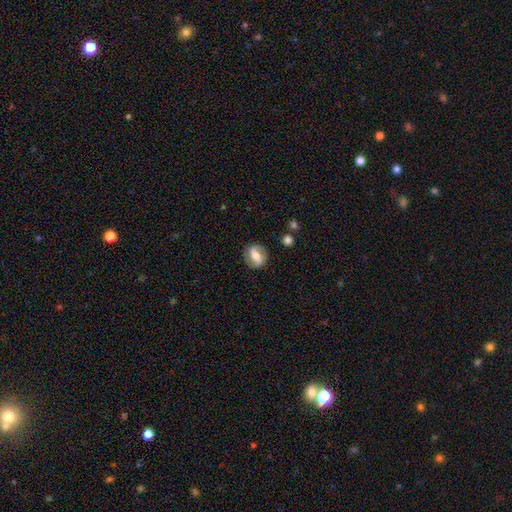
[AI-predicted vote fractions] Overall: featured or disk (70%). Edge-on disk: no (96%). Bar: strong (49%; weak 34%). Spiral arms: yes (85%). Spiral arm count: 2 (89%). Spiral winding: medium (43%; loose 33%). Bulge size: moderate (61%; small 21%). Merging: none (83%).